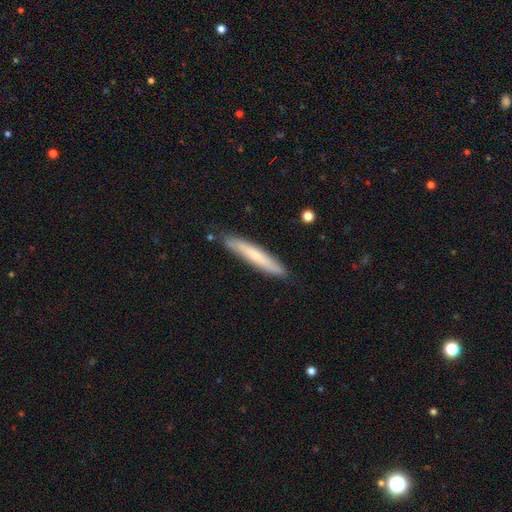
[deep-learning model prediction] Smooth or featured? Predicted: smooth (p=0.63). How rounded? Predicted: cigar-shaped (p=0.94). Merging? Predicted: none (p=0.84).